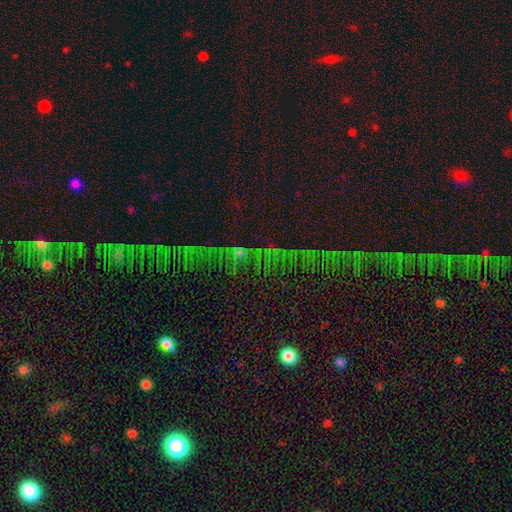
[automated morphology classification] Smooth or featured: star or artifact — 78% (featured or disk — 12%)